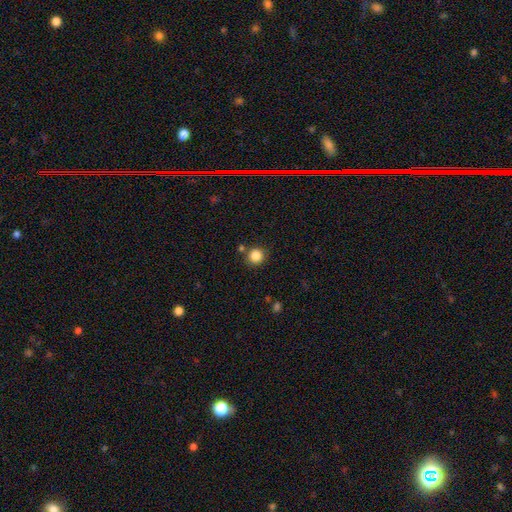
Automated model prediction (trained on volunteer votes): This appears to be a smooth galaxy with no disk features (85%) that is round (93%). Merging: none (84%).